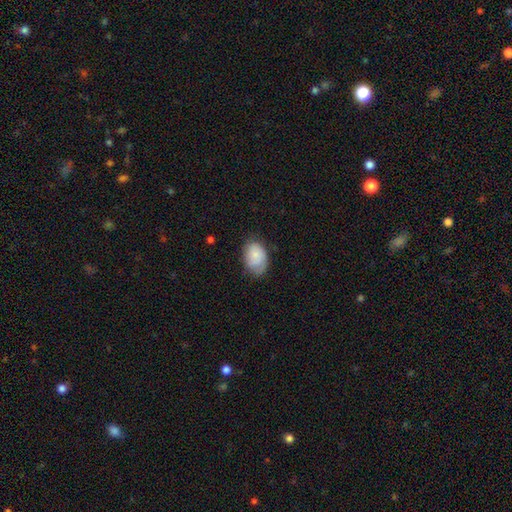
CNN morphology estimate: Smooth or featured? smooth (77%)
How rounded? in between (84%)
Merging? none (64%)